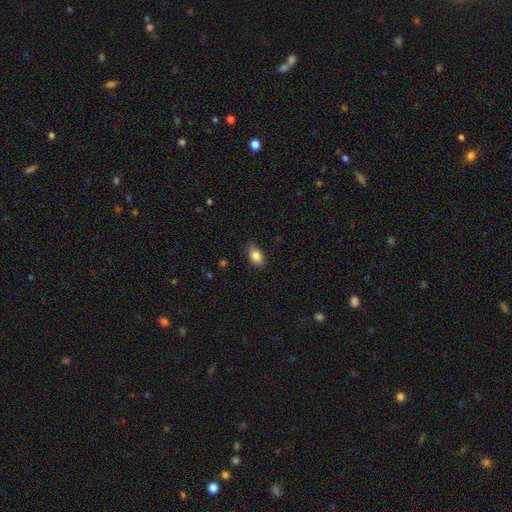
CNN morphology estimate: smooth-or-featured: smooth: 85% | star or artifact: 8% | featured or disk: 7%
  how-rounded: in between: 86% | round: 12% | cigar-shaped: 2%
  merging: none: 81% | minor disturbance: 16% | major disturbance: 3% | merger: 1%